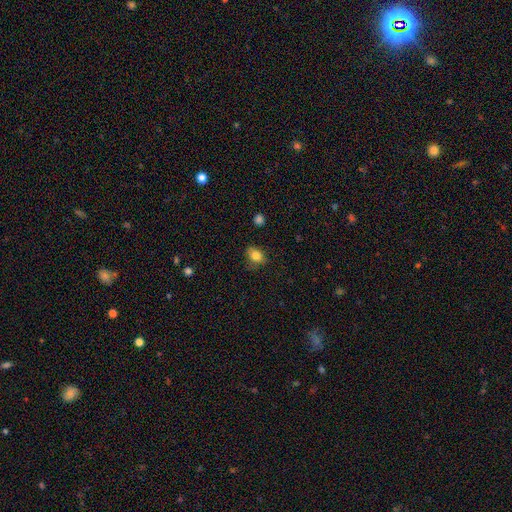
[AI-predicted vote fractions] A smooth galaxy with no disk features (83%) that is in between round and cigar-shaped (68%).

Vote fractions:
- Smooth or featured? smooth: 83% / star or artifact: 10% / featured or disk: 8%
- How rounded? in between: 68% / round: 31% / cigar-shaped: 2%
- Merging? none: 69% / minor disturbance: 24% / major disturbance: 6% / merger: 2%